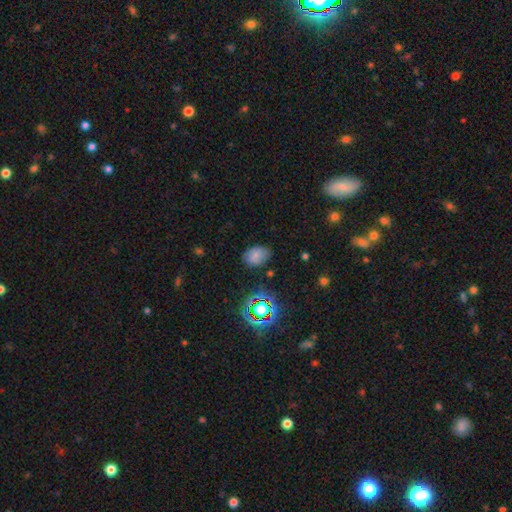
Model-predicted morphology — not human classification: Smooth or featured? smooth (72%)
How rounded? in between (79%)
Merging? none (75%)